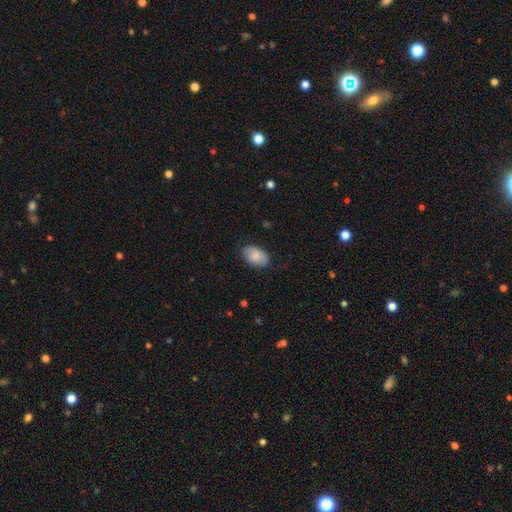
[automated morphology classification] smooth_or_featured: smooth (p=0.83) [alt: featured or disk p=0.10]
how_rounded: in between (p=0.91) [alt: round p=0.07]
merging: none (p=0.80) [alt: minor disturbance p=0.16]